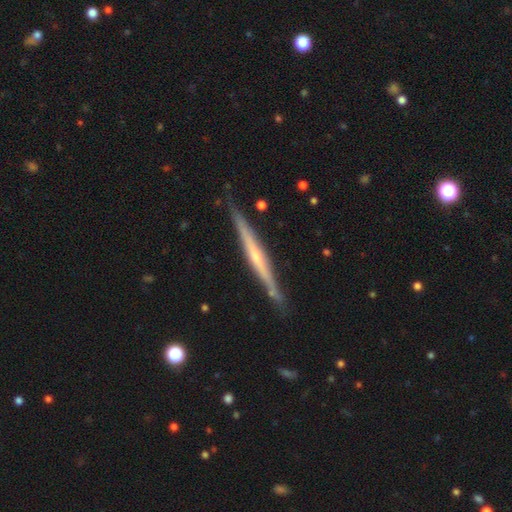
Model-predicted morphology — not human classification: A featured or disk galaxy (73%) viewed edge-on (97%) with a rounded central bulge (53%).

Vote fractions:
- Smooth or featured? featured or disk: 73% / smooth: 21% / star or artifact: 5%
- Edge-on disk? yes: 97% / no: 3%
- Edge-on bulge? rounded: 53% / none: 39% / boxy: 8%
- Merging? none: 86% / minor disturbance: 11% / merger: 2% / major disturbance: 2%